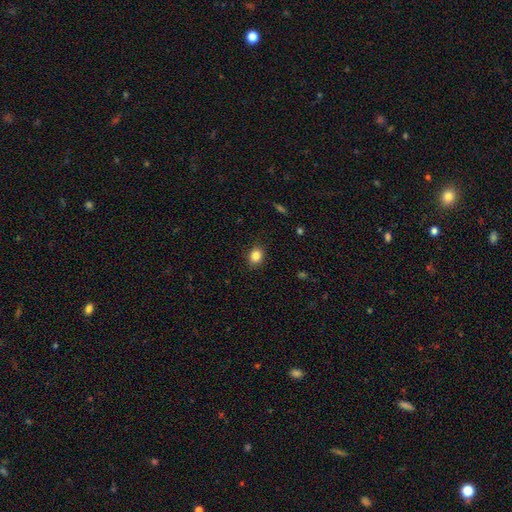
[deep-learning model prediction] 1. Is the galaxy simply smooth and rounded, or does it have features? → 85% smooth, 10% star or artifact, 5% featured or disk.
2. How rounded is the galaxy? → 50% round, 49% in between, 1% cigar-shaped.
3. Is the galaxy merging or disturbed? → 89% none, 8% minor disturbance, 2% major disturbance, 1% merger.